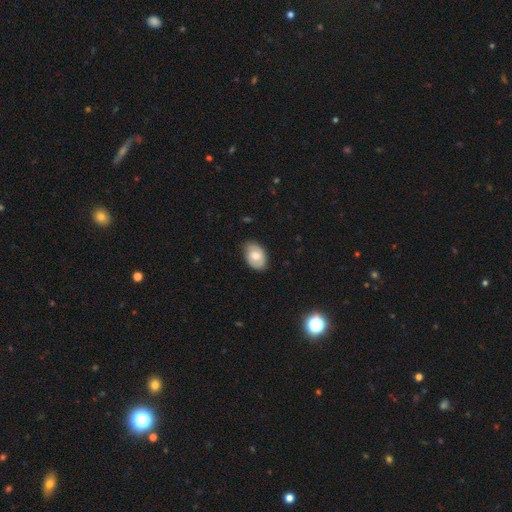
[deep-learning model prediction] Q: Smooth or featured?
A: smooth (60%); runner-up: featured or disk (34%)
Q: How rounded?
A: in between (82%); runner-up: round (17%)
Q: Merging?
A: none (79%); runner-up: minor disturbance (17%)